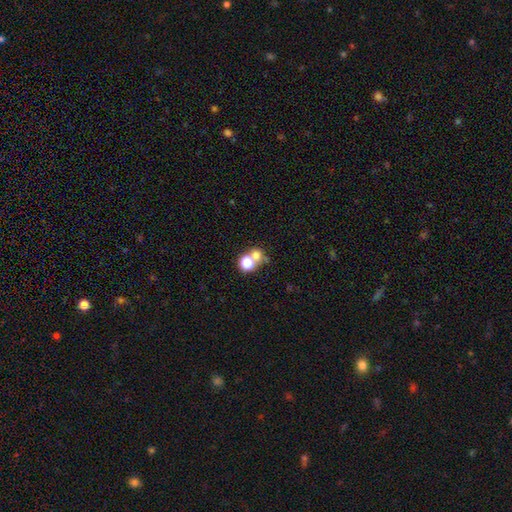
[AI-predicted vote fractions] smooth_or_featured: smooth (p=0.65) [alt: star or artifact p=0.22]
how_rounded: round (p=0.78) [alt: in between p=0.21]
merging: merger (p=0.45) [alt: none p=0.43]